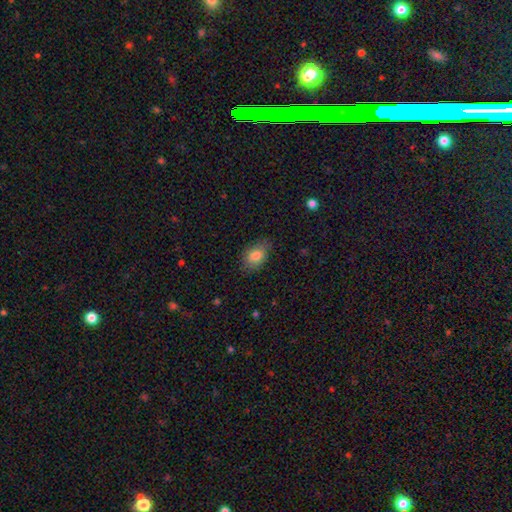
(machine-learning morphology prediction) smooth 82%, featured or disk 10%, star or artifact 8%. Down the decision tree: how rounded — in between (82%); merging — none (78%).